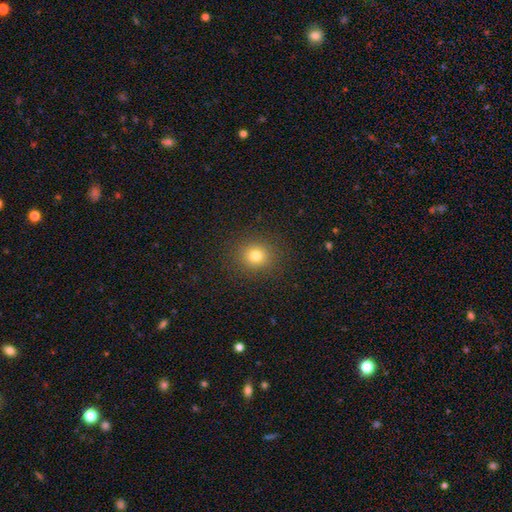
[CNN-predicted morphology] smooth 78%, star or artifact 14%, featured or disk 7%. Down the decision tree: how rounded — round (81%); merging — none (89%).